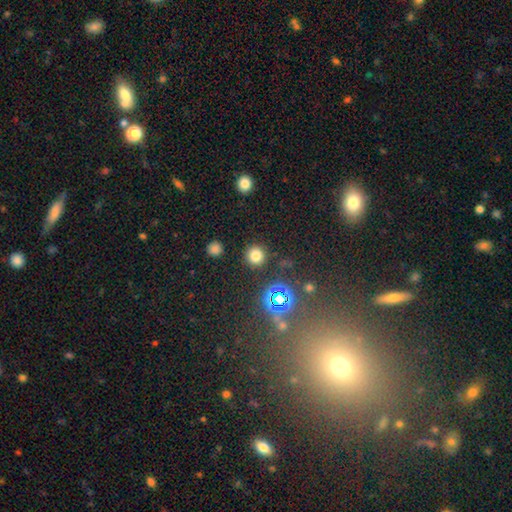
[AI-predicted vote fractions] A smooth galaxy with no disk features (76%) that is round (94%).

Vote fractions:
- Smooth or featured? smooth: 76% / star or artifact: 18% / featured or disk: 6%
- How rounded? round: 94% / in between: 5% / cigar-shaped: 1%
- Merging? none: 89% / minor disturbance: 6% / major disturbance: 3% / merger: 2%